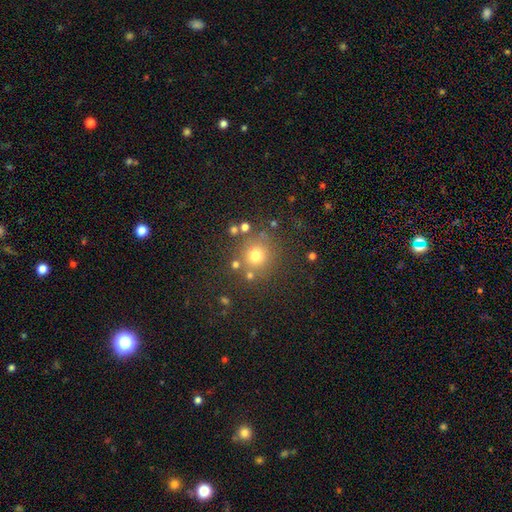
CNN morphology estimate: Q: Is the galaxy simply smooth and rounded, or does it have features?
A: smooth — 72%.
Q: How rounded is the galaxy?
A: round — 92%.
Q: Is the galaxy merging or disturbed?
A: none — 79%.